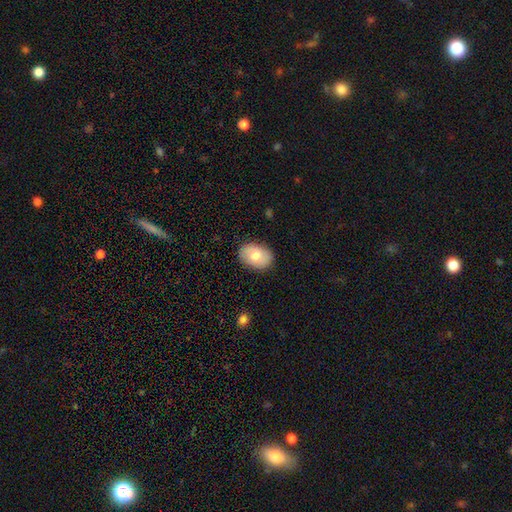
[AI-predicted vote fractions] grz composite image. It shows a smooth galaxy with no disk features (73%) that is in between round and cigar-shaped (80%). Merging: none (87%).